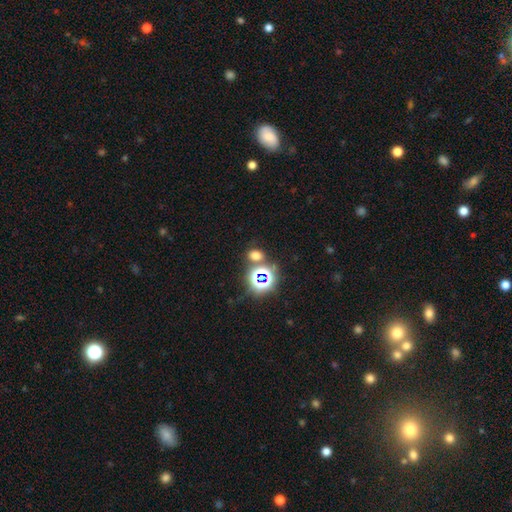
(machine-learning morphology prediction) A smooth galaxy with no disk features (57%) that is in between round and cigar-shaped (60%). Merging: none (72%).